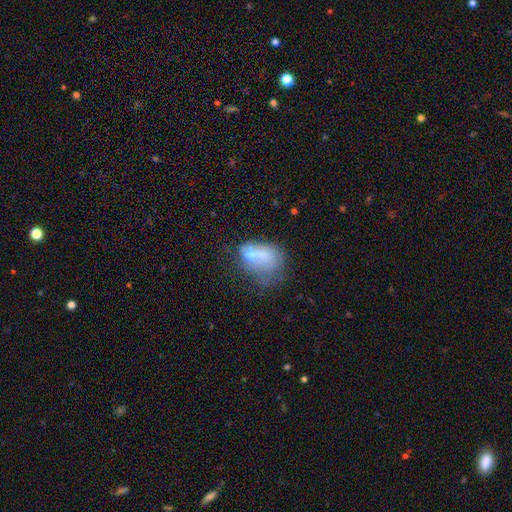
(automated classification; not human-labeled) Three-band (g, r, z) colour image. It shows a smooth galaxy with no disk features (52%) that is in between round and cigar-shaped (77%). Merging: merger (33%).